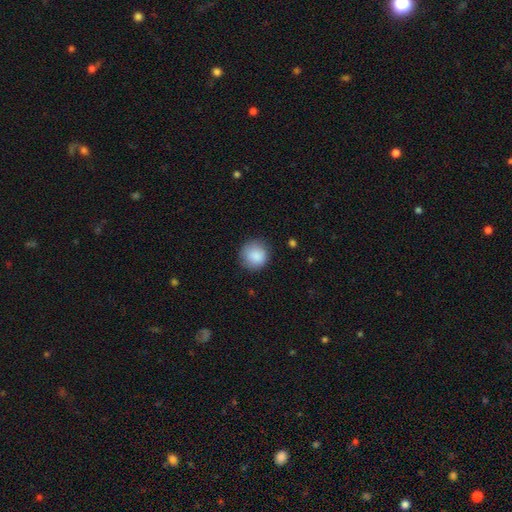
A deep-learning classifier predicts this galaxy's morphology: smooth_or_featured: smooth (p=0.88) [alt: star or artifact p=0.07]
how_rounded: round (p=0.92) [alt: in between p=0.07]
merging: none (p=0.83) [alt: minor disturbance p=0.12]